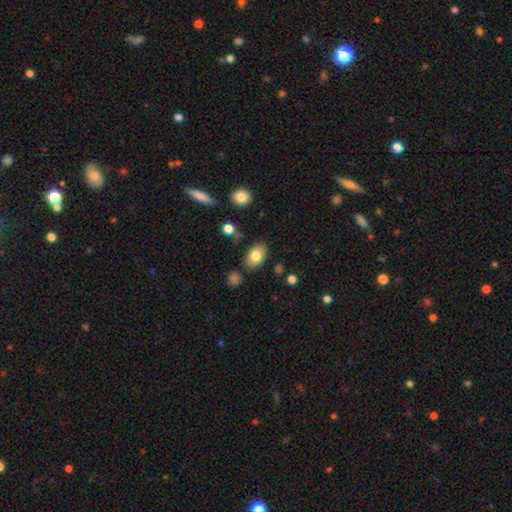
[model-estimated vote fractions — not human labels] A smooth galaxy with no disk features (80%) that is in between round and cigar-shaped (85%). Merging: none (81%).